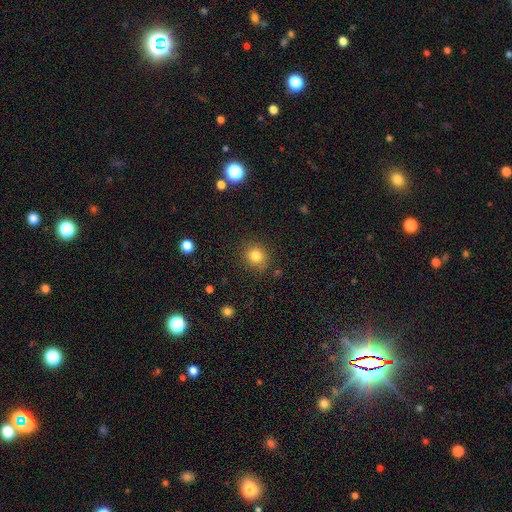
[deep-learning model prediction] This is clearly a smooth galaxy (81%). How rounded: clearly round (87%). Merging: clearly none (87%).